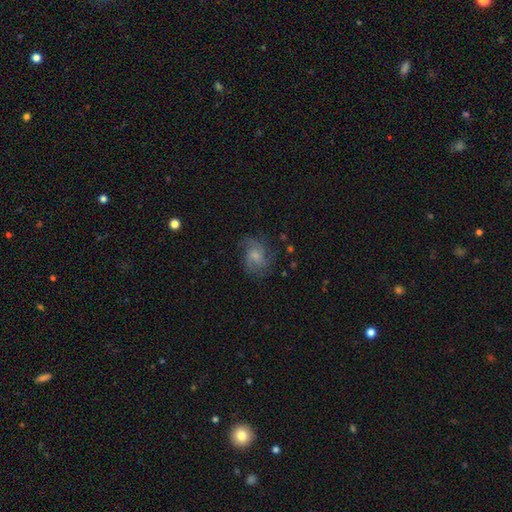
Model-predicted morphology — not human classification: A featured or disk galaxy (61%) with no bar (60%), 2 (30%) medium (49%) spiral arms (87%) and a small central bulge (44%).

Vote fractions:
- Smooth or featured? featured or disk: 61% / smooth: 29% / star or artifact: 9%
- Edge-on disk? no: 97% / yes: 3%
- Bar? no: 60% / weak: 35% / strong: 5%
- Spiral arms? yes: 87% / no: 13%
- Spiral winding? medium: 49% / loose: 27% / tight: 24%
- Spiral arm count? 2: 30% / 3: 28% / can't tell: 24% / 4: 7% / 1: 6% / more than 4: 4%
- Bulge size? small: 44% / moderate: 33% / none: 17% / large: 5% / dominant: 1%
- Merging? none: 62% / minor disturbance: 21% / major disturbance: 15% / merger: 2%